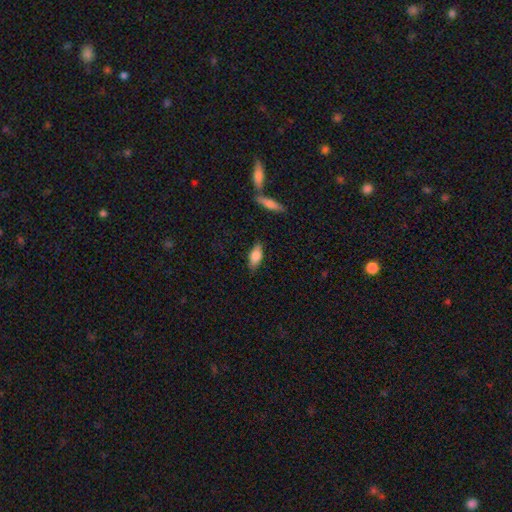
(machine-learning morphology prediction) Smooth or featured? smooth (80%)
How rounded? in between (82%)
Merging? none (80%)